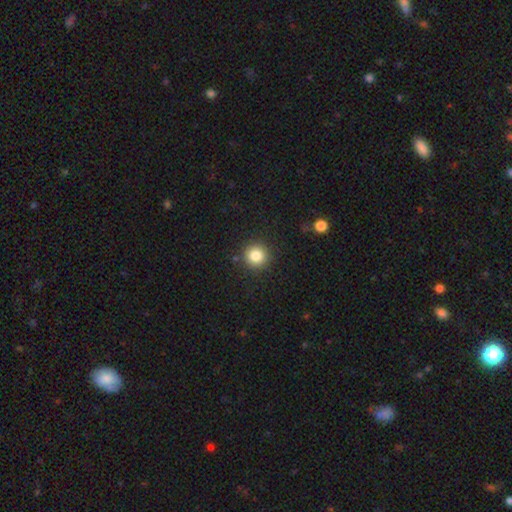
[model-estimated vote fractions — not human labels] smooth-or-featured: smooth: 84% | star or artifact: 11% | featured or disk: 5%
  how-rounded: round: 94% | in between: 5% | cigar-shaped: 1%
  merging: none: 90% | minor disturbance: 6% | major disturbance: 2% | merger: 2%